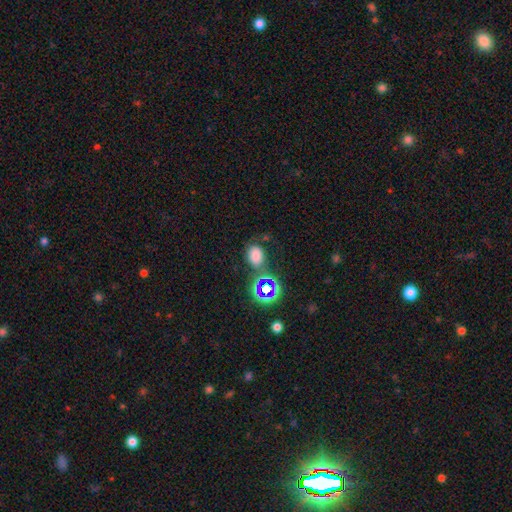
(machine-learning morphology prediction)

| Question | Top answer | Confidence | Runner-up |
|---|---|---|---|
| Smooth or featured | smooth | 70% | star or artifact (22%) |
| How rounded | in between | 65% | round (34%) |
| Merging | none | 60% | minor disturbance (18%) |